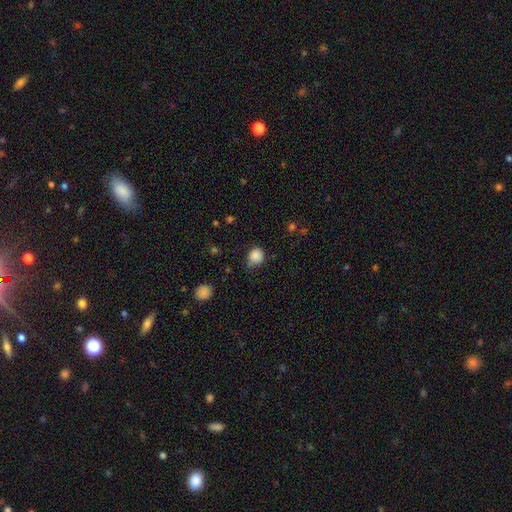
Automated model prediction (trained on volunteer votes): Overall: smooth (85%). How rounded: round (67%; in between 32%). Merging: none (55%; minor disturbance 36%).